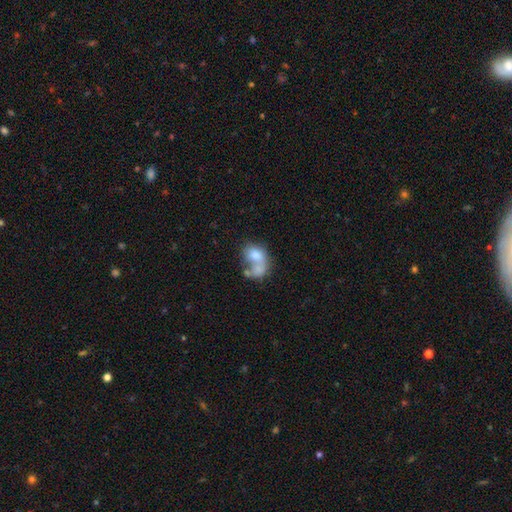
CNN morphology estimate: Q: Smooth or featured?
A: smooth (65%); runner-up: featured or disk (25%)
Q: How rounded?
A: in between (65%); runner-up: round (34%)
Q: Merging?
A: merger (59%); runner-up: none (17%)